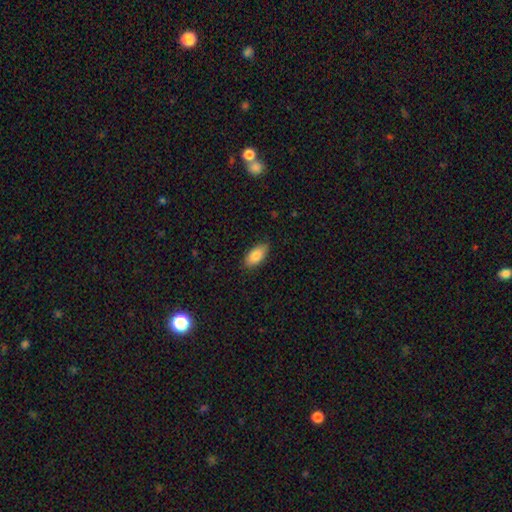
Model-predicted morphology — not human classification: A smooth galaxy with no disk features (83%) that is in between round and cigar-shaped (90%).

Vote fractions:
- Smooth or featured? smooth: 83% / featured or disk: 11% / star or artifact: 7%
- How rounded? in between: 90% / cigar-shaped: 8% / round: 3%
- Merging? none: 84% / minor disturbance: 13% / major disturbance: 2% / merger: 1%